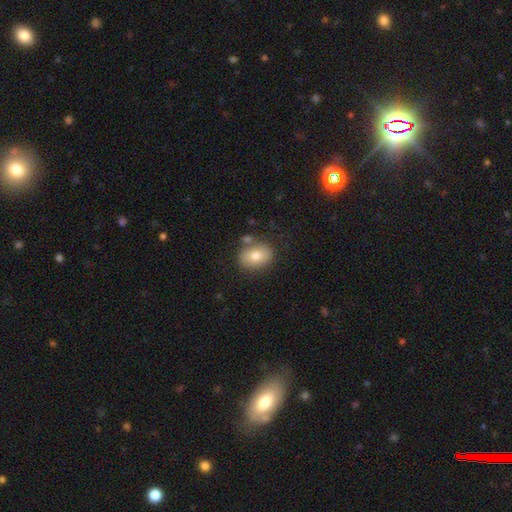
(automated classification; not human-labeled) Overall: smooth (75%). How rounded: in between (67%; round 32%). Merging: none (74%).